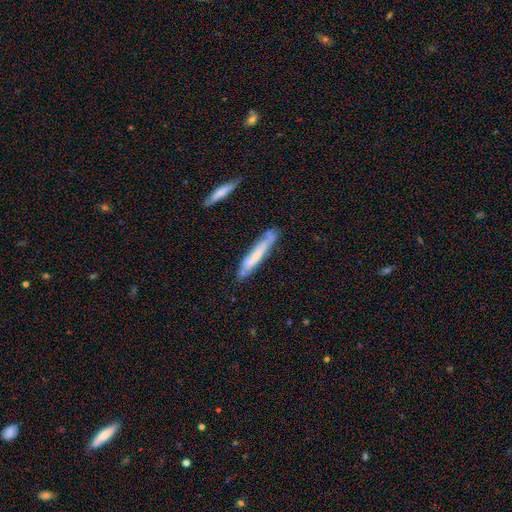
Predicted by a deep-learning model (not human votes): Q: Smooth or featured?
A: smooth (47%); runner-up: featured or disk (46%)
Q: Merging?
A: none (70%); runner-up: minor disturbance (20%)